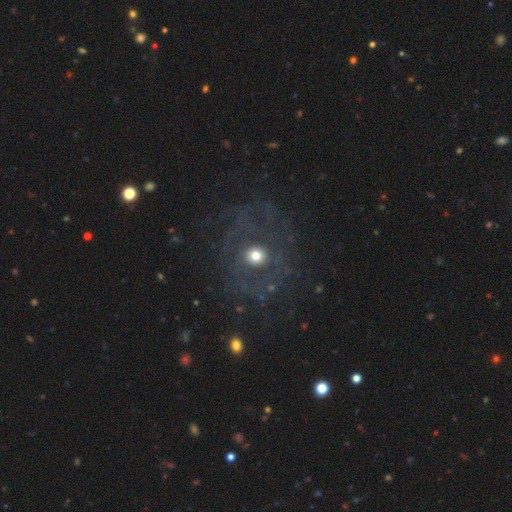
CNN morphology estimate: Smooth or featured? featured or disk (54%)
Edge-on disk? no (96%)
Bar? no (85%)
Spiral arms? yes (59%)
Bulge size? moderate (60%)
Merging? none (69%)